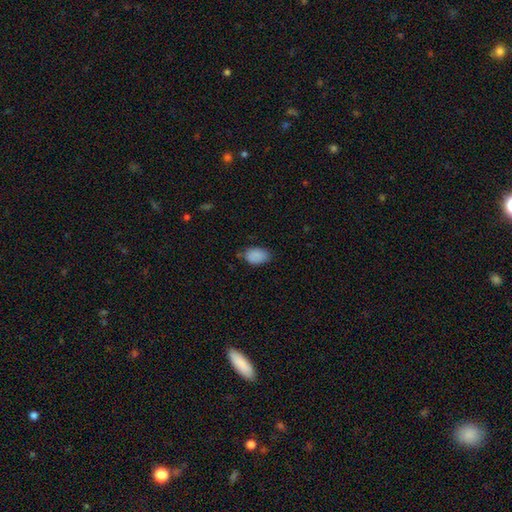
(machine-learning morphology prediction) smooth-or-featured: smooth: 88% | star or artifact: 8% | featured or disk: 5%
  how-rounded: in between: 87% | round: 12% | cigar-shaped: 1%
  merging: none: 72% | minor disturbance: 22% | major disturbance: 4% | merger: 2%